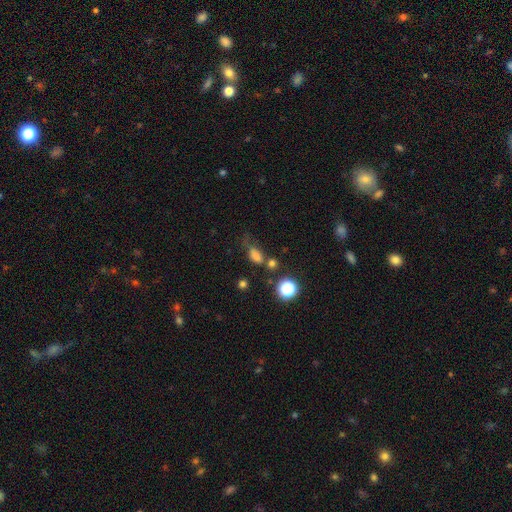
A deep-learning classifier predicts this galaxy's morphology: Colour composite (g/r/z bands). It shows a smooth galaxy with no disk features (74%) that is in between round and cigar-shaped (74%). Merging: none (41%).